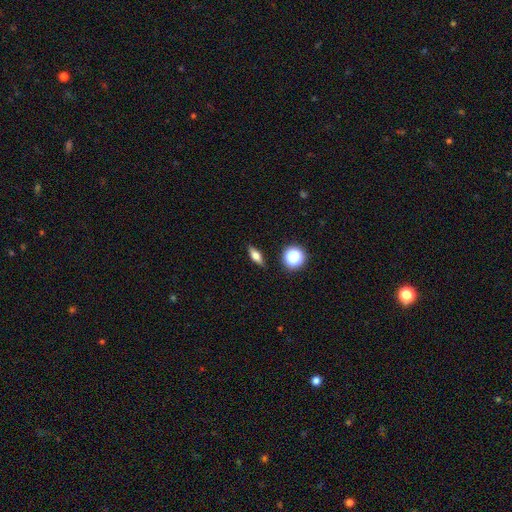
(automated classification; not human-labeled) Overall: smooth (61%; featured or disk 28%). How rounded: in between (57%; cigar-shaped 30%). Merging: none (87%).